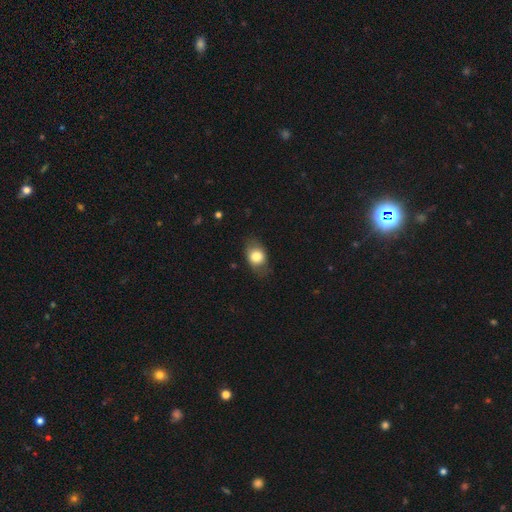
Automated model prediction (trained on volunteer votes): smooth 76%, featured or disk 16%, star or artifact 8%. Down the decision tree: how rounded — in between (72%); merging — none (74%).